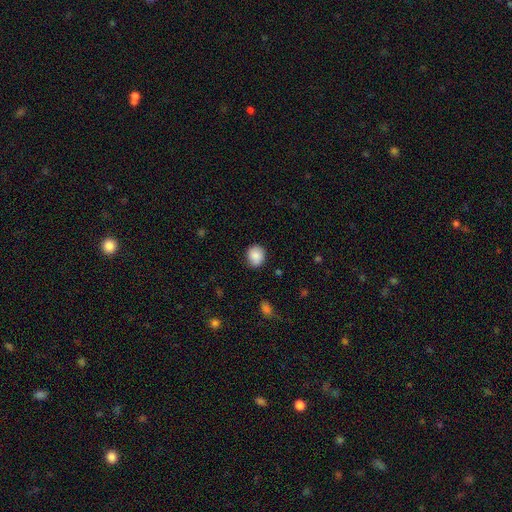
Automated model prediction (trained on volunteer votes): Smooth or featured: smooth — 87% (star or artifact — 8%)
How rounded: round — 71% (in between — 28%)
Merging: none — 84% (minor disturbance — 12%)